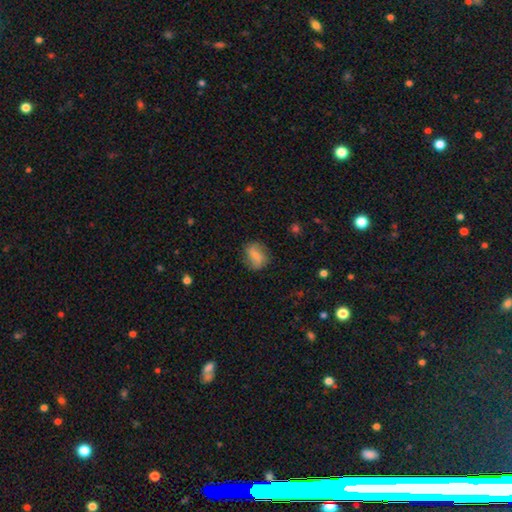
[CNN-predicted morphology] A smooth galaxy with no disk features (68%) that is in between round and cigar-shaped (60%). Merging: none (70%).